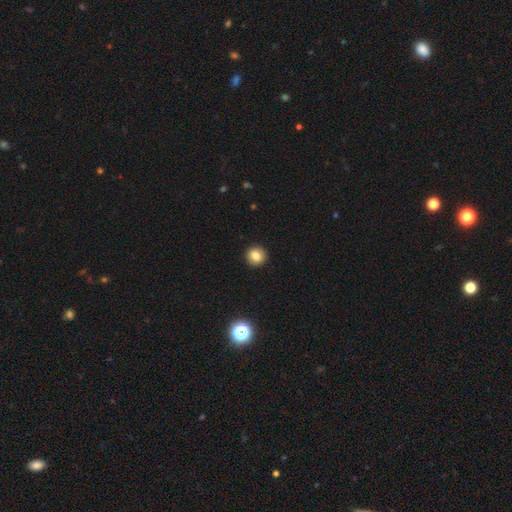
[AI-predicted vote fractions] This is clearly a smooth galaxy (82%). How rounded: clearly round (90%). Merging: clearly none (92%).